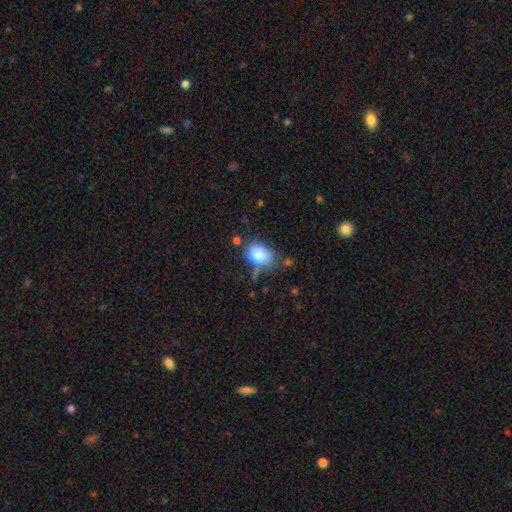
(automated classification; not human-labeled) smooth 82%, featured or disk 9%, star or artifact 9%. Down the decision tree: how rounded — in between (70%); merging — none (53%).